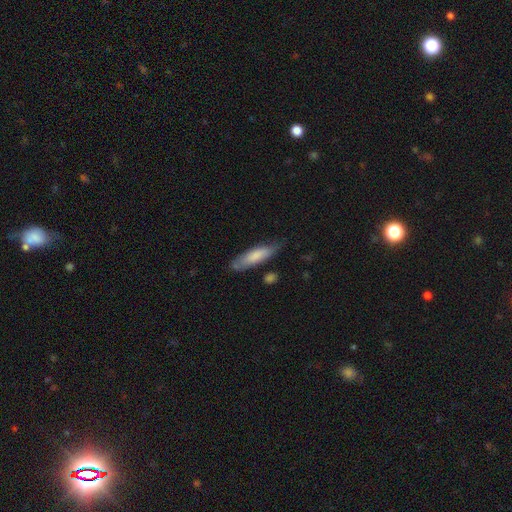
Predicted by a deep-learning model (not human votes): Smooth or featured?
  - smooth: 77% *
  - featured or disk: 17%
  - star or artifact: 5%
How rounded?
  - cigar-shaped: 66% *
  - in between: 33%
  - round: 1%
Merging?
  - none: 71% *
  - minor disturbance: 22%
  - major disturbance: 4%
  - merger: 3%